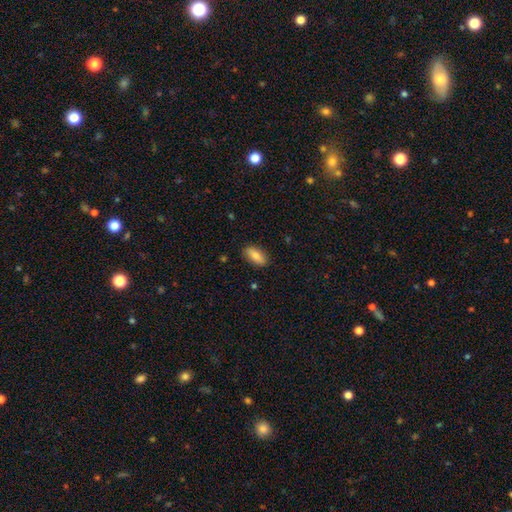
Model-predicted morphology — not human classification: A smooth galaxy with no disk features (80%) that is in between round and cigar-shaped (85%). Merging: none (86%).